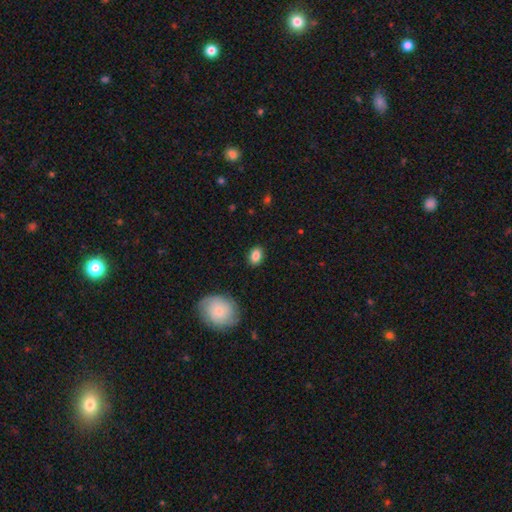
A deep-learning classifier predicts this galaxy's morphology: Overall: smooth (85%). How rounded: in between (75%). Merging: none (87%).